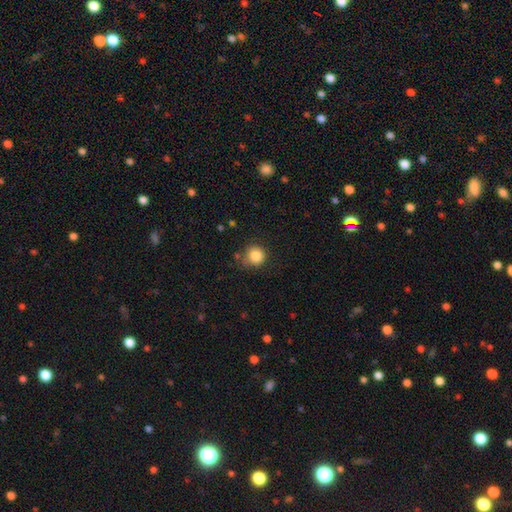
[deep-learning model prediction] Q: Smooth or featured?
A: smooth (84%); runner-up: star or artifact (11%)
Q: How rounded?
A: round (91%); runner-up: in between (8%)
Q: Merging?
A: none (73%); runner-up: minor disturbance (18%)